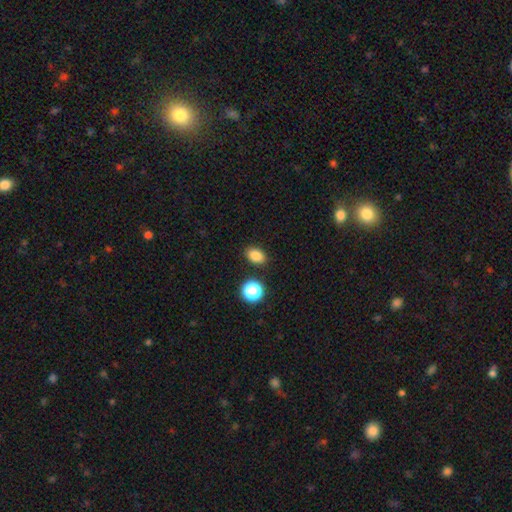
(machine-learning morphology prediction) This appears to be a smooth galaxy with no disk features (83%) that is in between round and cigar-shaped (80%). Merging: none (86%).